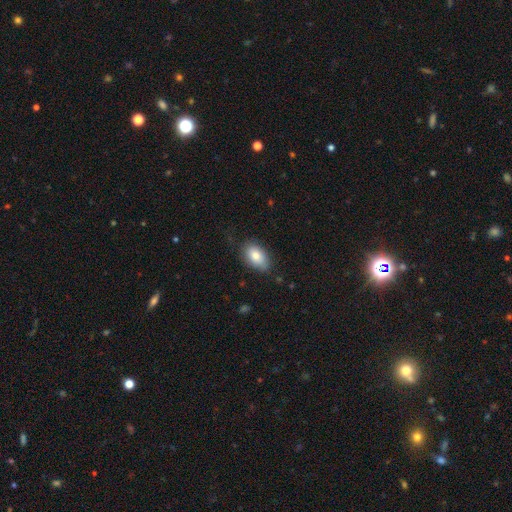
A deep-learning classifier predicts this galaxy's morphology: smooth_or_featured: smooth (p=0.80) [alt: featured or disk p=0.13]
how_rounded: in between (p=0.90) [alt: round p=0.08]
merging: none (p=0.73) [alt: minor disturbance p=0.21]